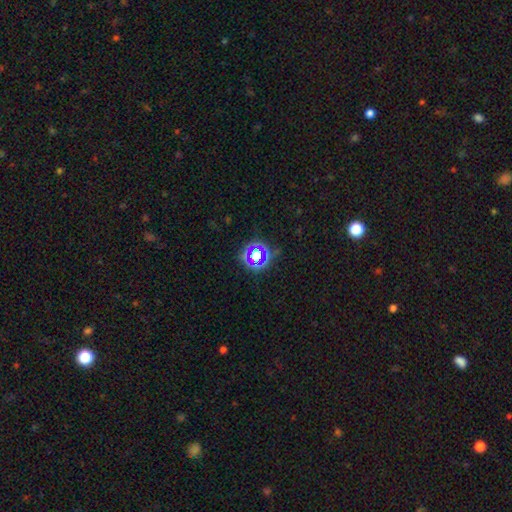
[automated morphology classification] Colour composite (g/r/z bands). It shows a star or artifact, not a galaxy (59%).